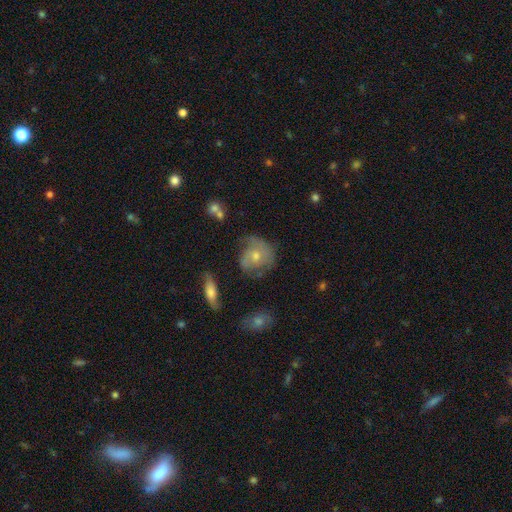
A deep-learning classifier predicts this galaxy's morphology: Smooth or featured? Predicted: featured or disk (p=0.59). Edge-on disk? Predicted: no (p=0.95). Bar? Predicted: no (p=0.80). Spiral arms? Predicted: yes (p=0.77). Bulge size? Predicted: moderate (p=0.50). Merging? Predicted: none (p=0.54).